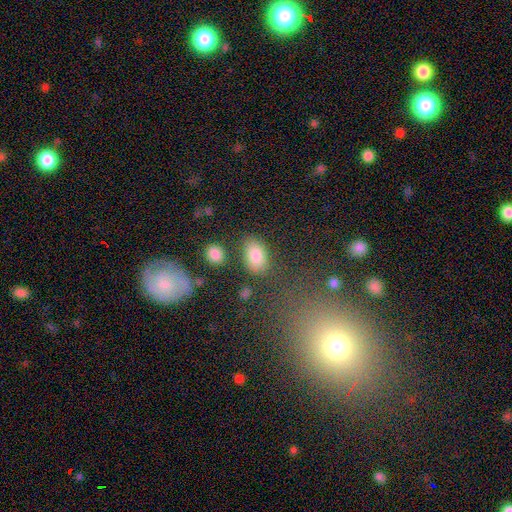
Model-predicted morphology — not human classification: Q: Smooth or featured?
A: smooth (84%); runner-up: star or artifact (8%)
Q: How rounded?
A: in between (89%); runner-up: round (9%)
Q: Merging?
A: none (75%); runner-up: minor disturbance (14%)